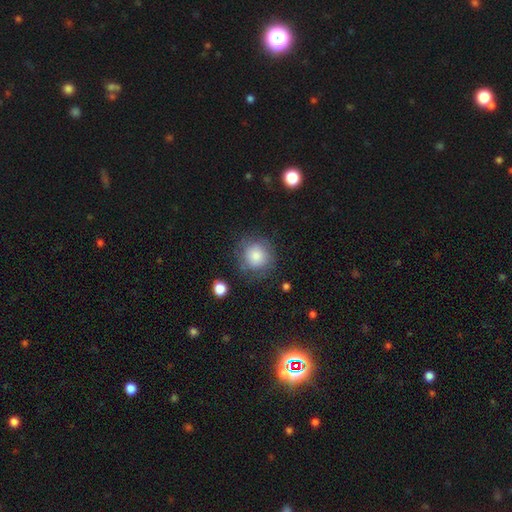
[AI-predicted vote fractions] This is likely a smooth galaxy (78%). How rounded: clearly round (90%). Merging: likely none (75%).